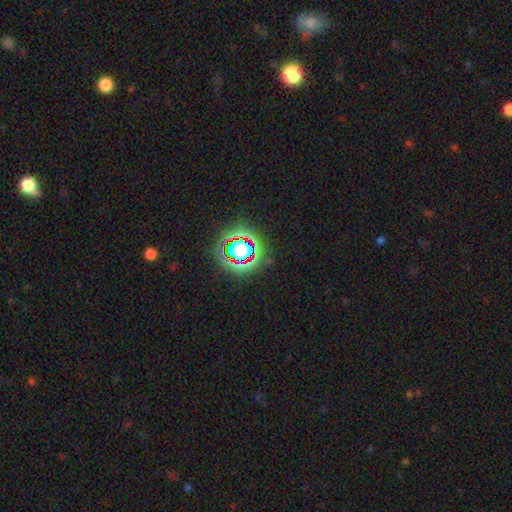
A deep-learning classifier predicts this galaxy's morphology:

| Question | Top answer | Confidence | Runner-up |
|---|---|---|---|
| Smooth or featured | star or artifact | 78% | smooth (13%) |